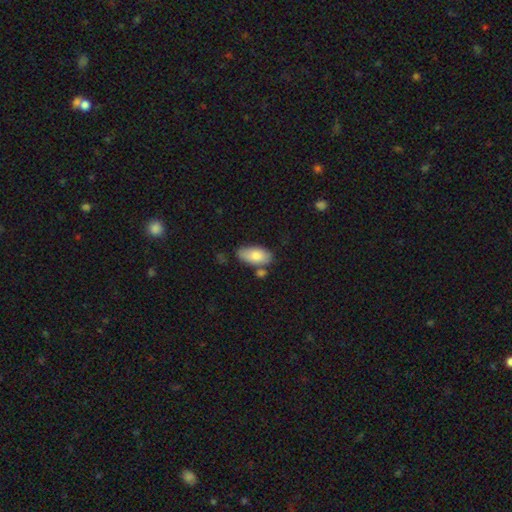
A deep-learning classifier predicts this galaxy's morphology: A smooth galaxy with no disk features (81%) that is in between round and cigar-shaped (92%). Merging: none (65%).